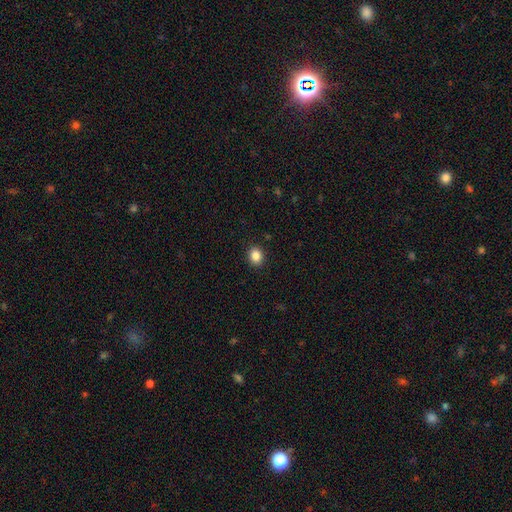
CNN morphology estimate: type=smooth (86%); roundness=round (60%); merging=none (91%).